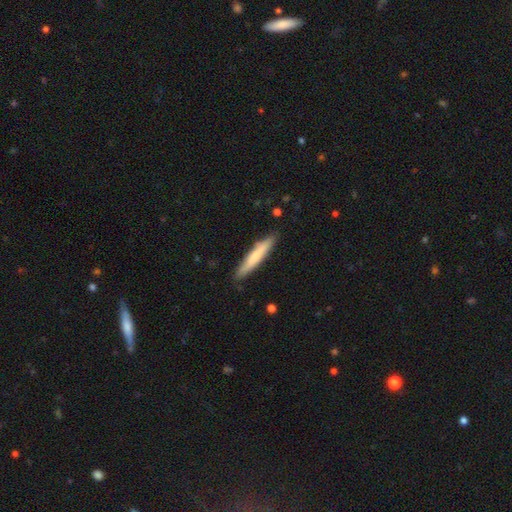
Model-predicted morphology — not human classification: This is likely a smooth galaxy (68%). How rounded: clearly cigar-shaped (92%). Merging: clearly none (87%).